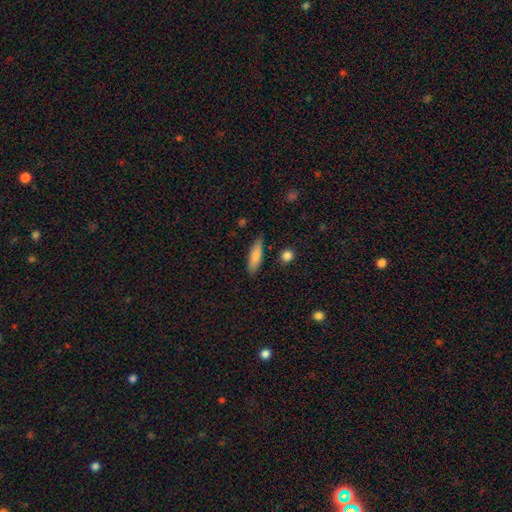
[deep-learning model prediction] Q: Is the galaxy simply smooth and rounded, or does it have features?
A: smooth — 79%.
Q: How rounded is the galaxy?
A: cigar-shaped — 54%.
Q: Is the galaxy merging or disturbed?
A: none — 83%.